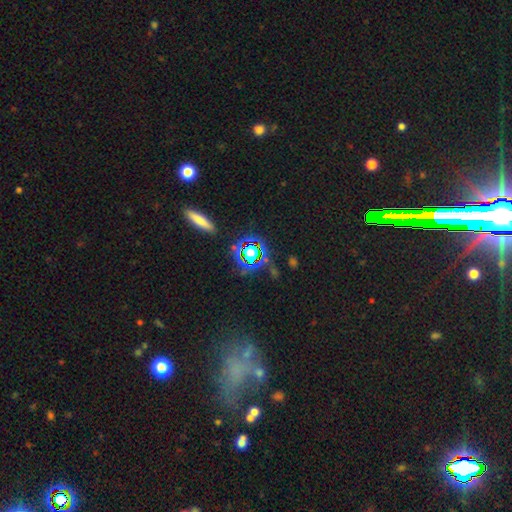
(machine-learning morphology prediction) This appears to be a star or artifact, not a galaxy (66%).